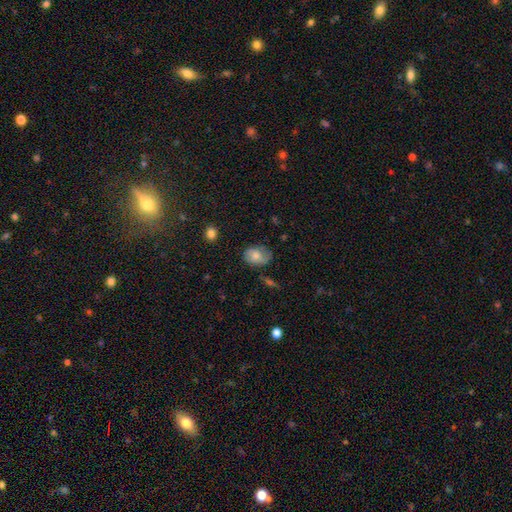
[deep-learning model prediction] smooth_or_featured: smooth (p=0.68) [alt: featured or disk p=0.23]
how_rounded: in between (p=0.69) [alt: round p=0.29]
merging: none (p=0.58) [alt: minor disturbance p=0.29]